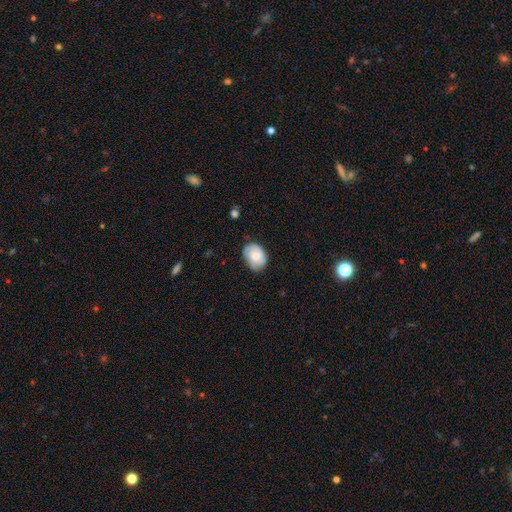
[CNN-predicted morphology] type=smooth (66%); roundness=in between (70%); merging=none (66%).